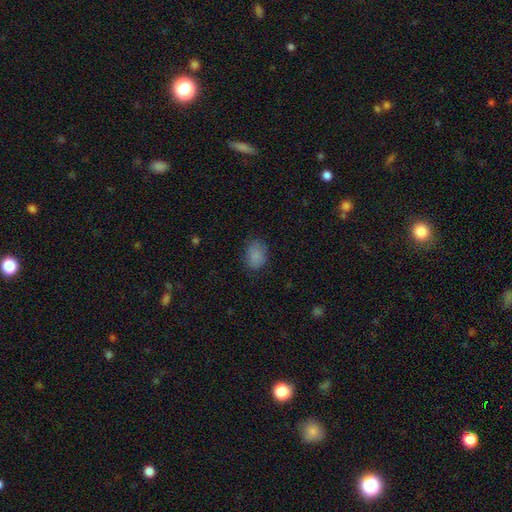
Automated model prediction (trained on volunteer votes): The model was most divided on "how rounded": in between: 66%, round: 33%, cigar-shaped: 1%. More confident: smooth or featured — smooth (84%); merging — none (76%).